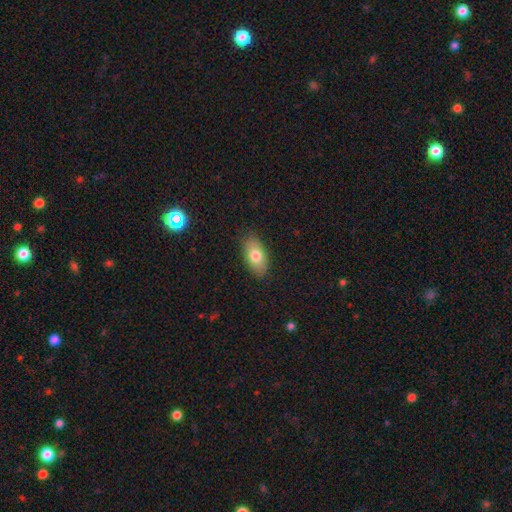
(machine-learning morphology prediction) The model was most divided on "smooth or featured": smooth: 76%, featured or disk: 17%, star or artifact: 7%. More confident: how rounded — in between (91%); merging — none (86%).